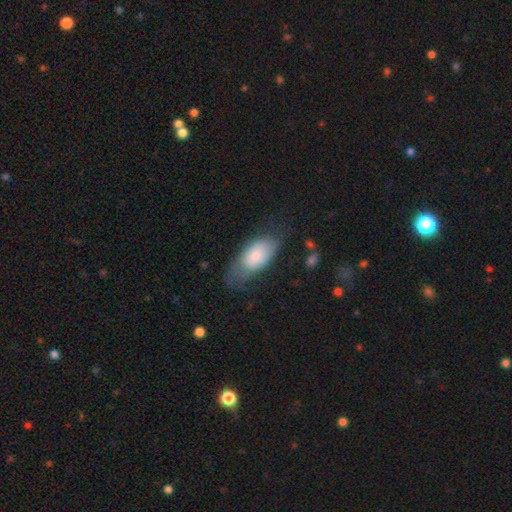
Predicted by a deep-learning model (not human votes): Smooth or featured? smooth (69%)
How rounded? in between (90%)
Merging? none (51%)